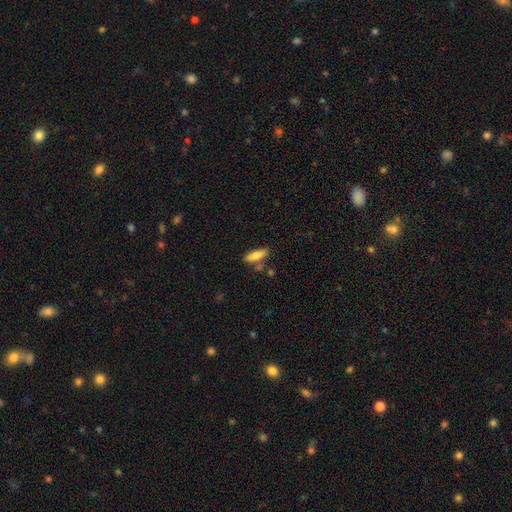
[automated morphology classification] A smooth galaxy with no disk features (73%) that is cigar-shaped (54%). Merging: none (72%).